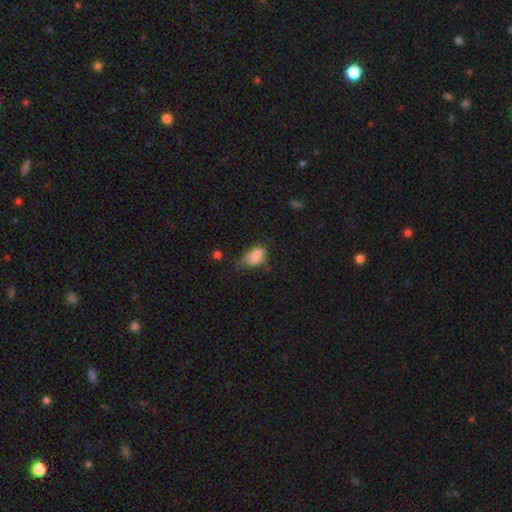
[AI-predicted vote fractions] This is likely a smooth galaxy (68%). How rounded: clearly in between (87%). Merging: marginally minor disturbance (32%).